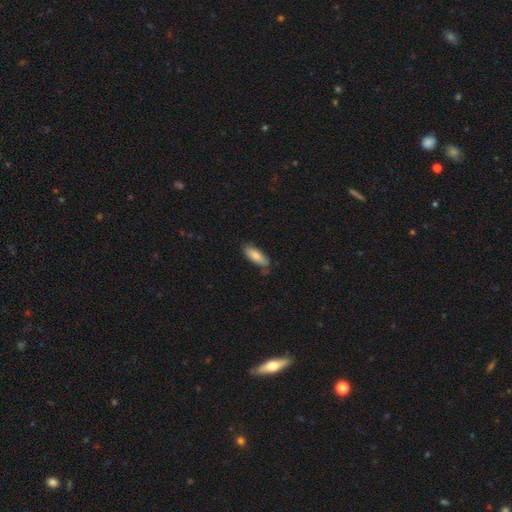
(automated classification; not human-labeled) Smooth or featured?
  - smooth: 84% *
  - featured or disk: 10%
  - star or artifact: 6%
How rounded?
  - in between: 69% *
  - cigar-shaped: 29%
  - round: 2%
Merging?
  - none: 74% *
  - minor disturbance: 21%
  - major disturbance: 3%
  - merger: 2%